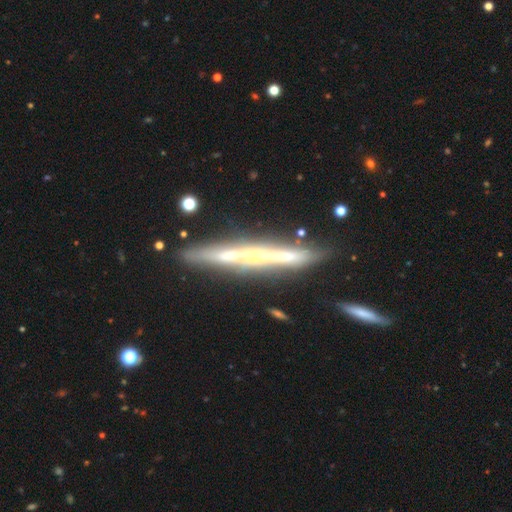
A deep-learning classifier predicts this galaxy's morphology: Smooth or featured? featured or disk (71%)
Edge-on disk? yes (96%)
Edge-on bulge? none (81%)
Merging? none (84%)